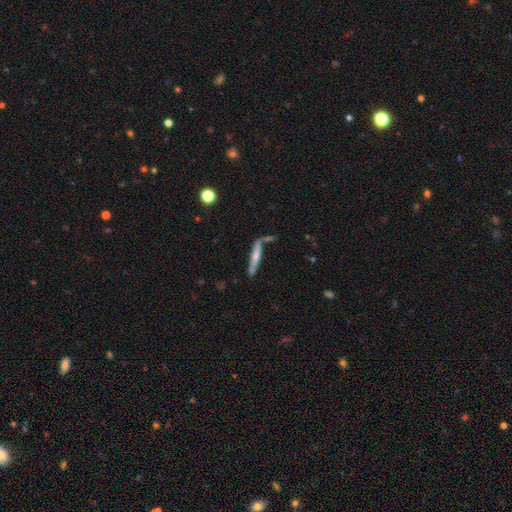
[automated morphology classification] Smooth or featured?
  - smooth: 48% *
  - featured or disk: 45%
  - star or artifact: 6%
Merging?
  - none: 64% *
  - minor disturbance: 18%
  - merger: 13%
  - major disturbance: 5%